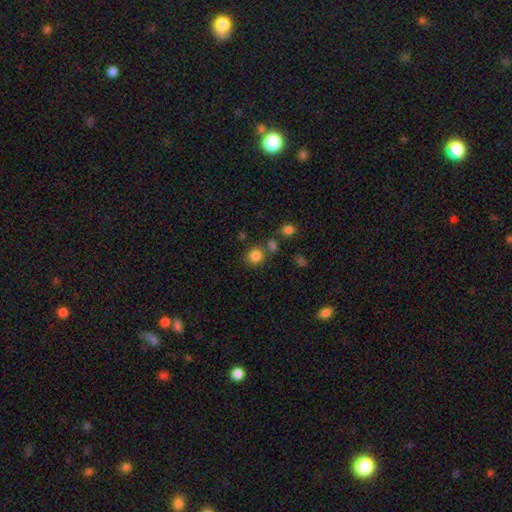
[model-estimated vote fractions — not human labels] Overall: smooth (84%). How rounded: round (85%). Merging: none (74%).